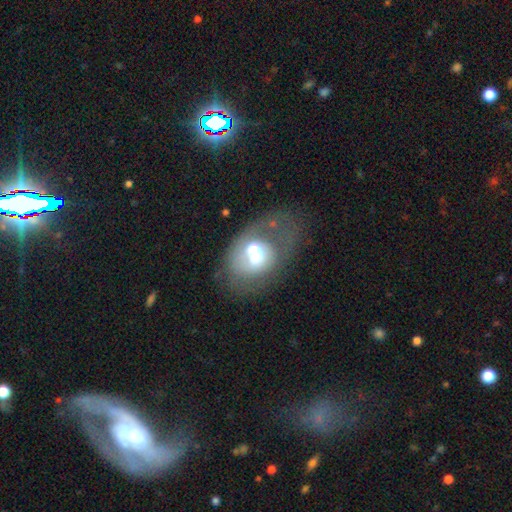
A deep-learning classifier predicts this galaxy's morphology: Smooth or featured?
  - featured or disk: 48% *
  - smooth: 42%
  - star or artifact: 11%
Merging?
  - none: 32% *
  - merger: 25%
  - major disturbance: 25%
  - minor disturbance: 18%